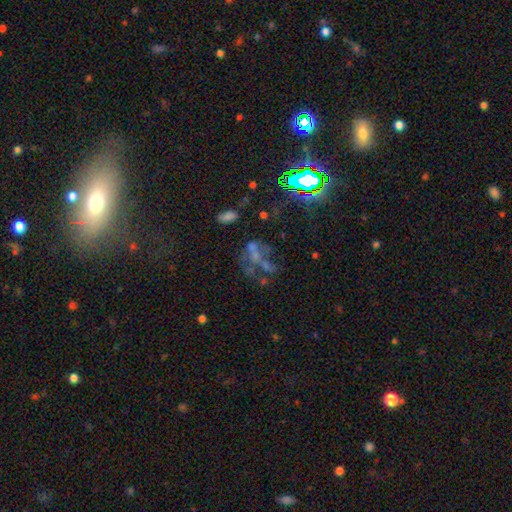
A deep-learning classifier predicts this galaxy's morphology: Overall: featured or disk (39%; star or artifact 38%). Merging: none (35%; major disturbance 30%).